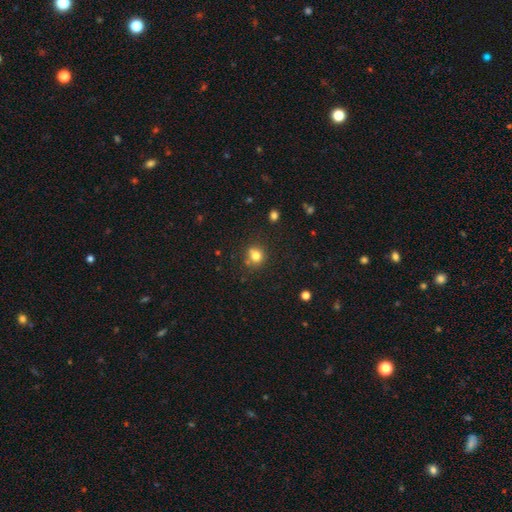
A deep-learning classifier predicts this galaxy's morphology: A smooth galaxy with no disk features (77%) that is round (82%). Merging: none (66%).